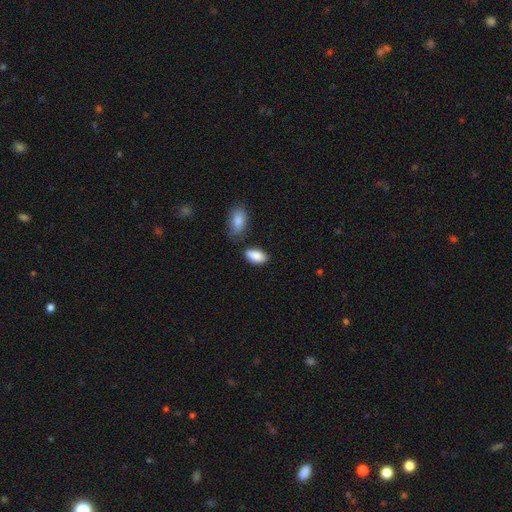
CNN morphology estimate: A smooth galaxy with no disk features (88%) that is in between round and cigar-shaped (93%). Merging: none (71%).